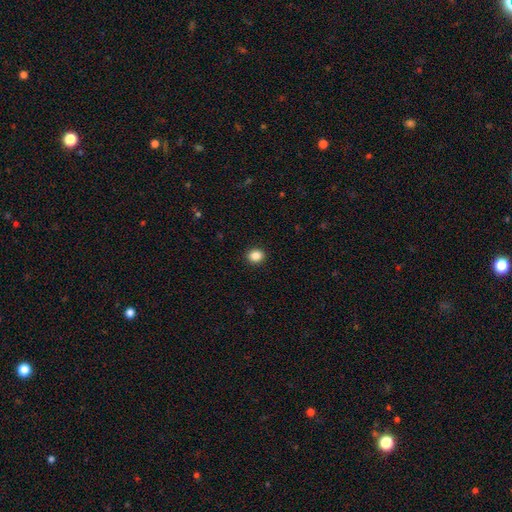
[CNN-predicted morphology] smooth_or_featured: smooth (p=0.86) [alt: star or artifact p=0.10]
how_rounded: round (p=0.70) [alt: in between p=0.29]
merging: none (p=0.92) [alt: minor disturbance p=0.05]